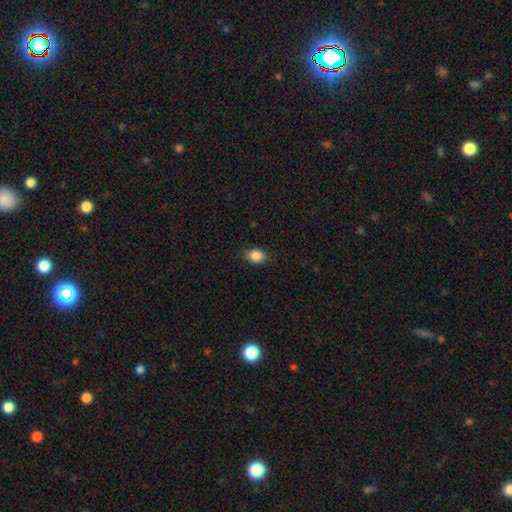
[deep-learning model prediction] A smooth galaxy with no disk features (87%) that is in between round and cigar-shaped (56%).

Vote fractions:
- Smooth or featured? smooth: 87% / star or artifact: 9% / featured or disk: 4%
- How rounded? in between: 56% / round: 43% / cigar-shaped: 1%
- Merging? none: 81% / minor disturbance: 15% / major disturbance: 3% / merger: 1%